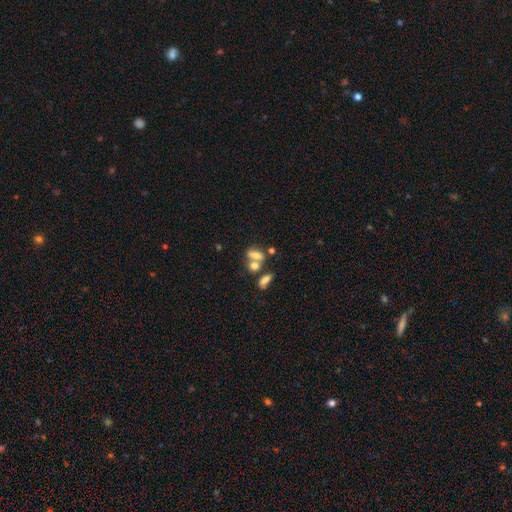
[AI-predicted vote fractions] Morphology: type=smooth (67%); roundness=in between (73%); merging=merger (44%).